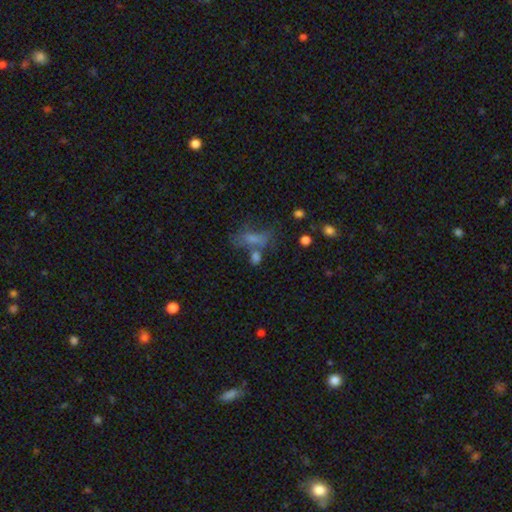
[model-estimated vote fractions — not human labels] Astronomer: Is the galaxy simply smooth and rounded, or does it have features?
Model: smooth — 61%.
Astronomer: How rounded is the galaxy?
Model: in between — 68%.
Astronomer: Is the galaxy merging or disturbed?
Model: none — 39% (runner-up: merger, 29%).